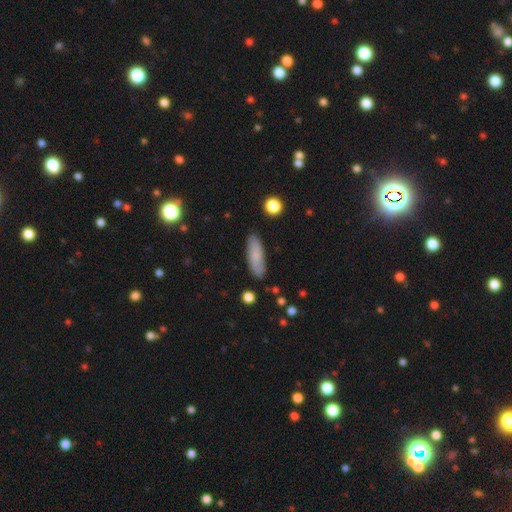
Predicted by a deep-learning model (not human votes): smooth-or-featured: smooth: 76% | featured or disk: 17% | star or artifact: 7%
  how-rounded: in between: 53% | cigar-shaped: 45% | round: 2%
  merging: none: 86% | minor disturbance: 11% | major disturbance: 2% | merger: 2%